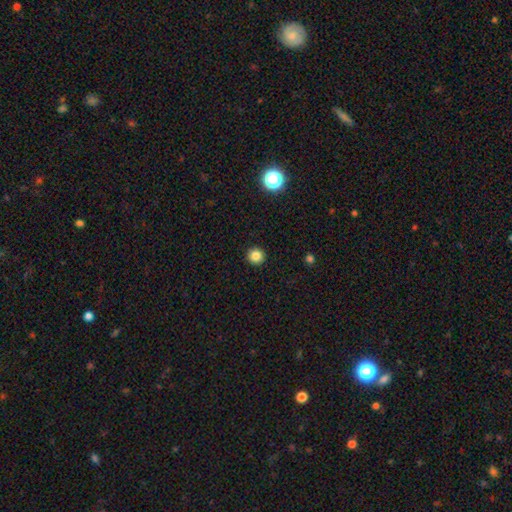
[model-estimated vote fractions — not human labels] This is clearly a smooth galaxy (84%). How rounded: clearly round (95%). Merging: clearly none (94%).